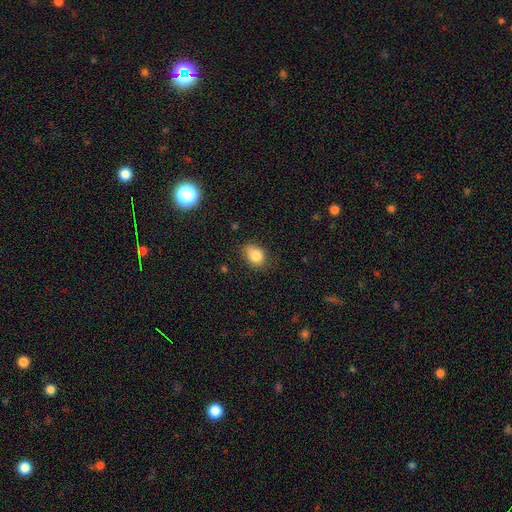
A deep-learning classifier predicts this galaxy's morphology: This appears to be a smooth galaxy with no disk features (84%) that is in between round and cigar-shaped (71%). Merging: none (70%).